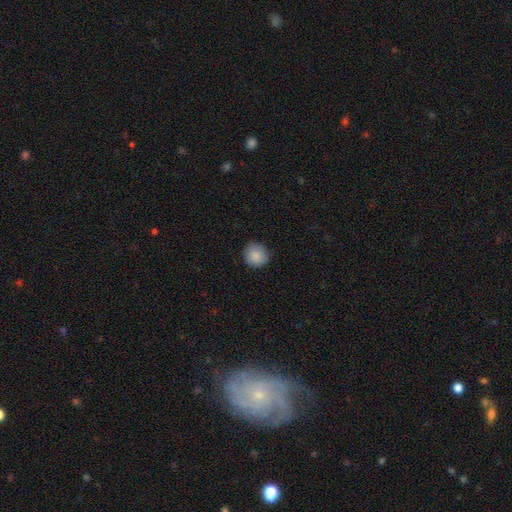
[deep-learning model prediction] Overall: smooth (87%). How rounded: round (90%). Merging: none (85%).